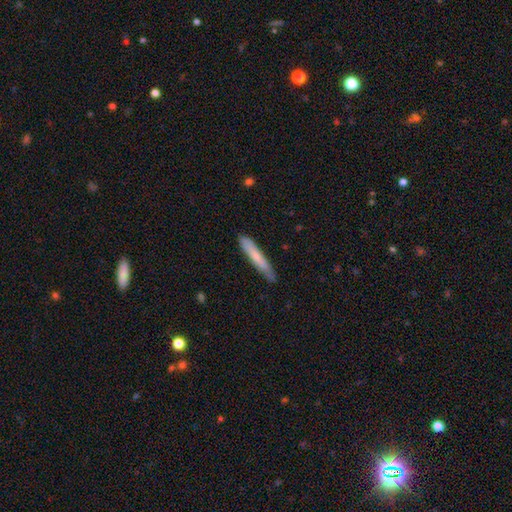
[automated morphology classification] The model was most divided on "smooth or featured": smooth: 67%, featured or disk: 27%, star or artifact: 6%. More confident: how rounded — cigar-shaped (93%); merging — none (79%).